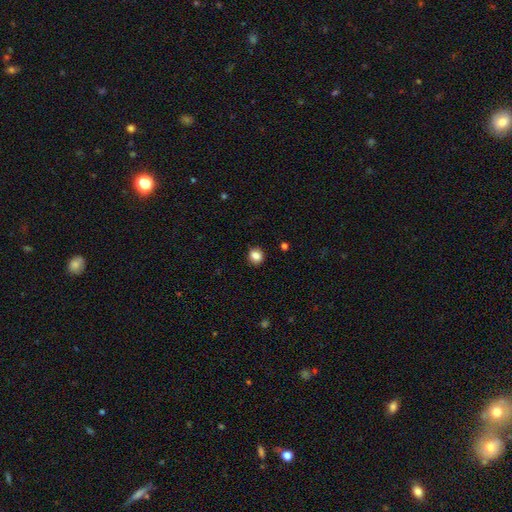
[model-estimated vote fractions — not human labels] This is clearly a smooth galaxy (85%). How rounded: likely round (79%). Merging: clearly none (90%).